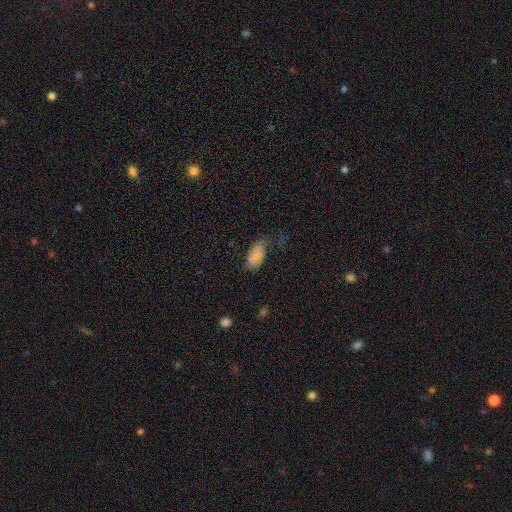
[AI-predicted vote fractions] Q: Smooth or featured?
A: smooth (81%); runner-up: featured or disk (12%)
Q: How rounded?
A: in between (94%); runner-up: round (3%)
Q: Merging?
A: none (51%); runner-up: minor disturbance (34%)